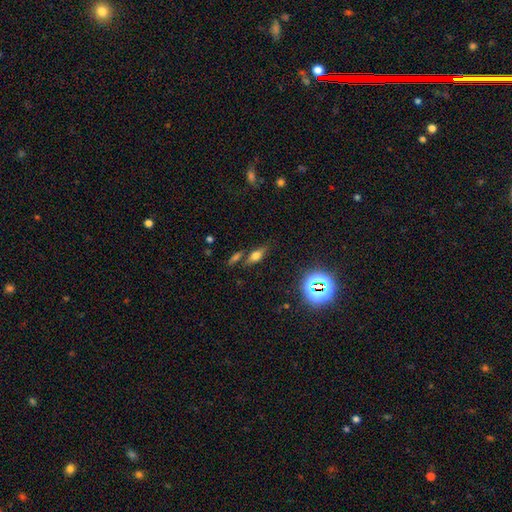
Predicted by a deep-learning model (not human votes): smooth 54%, featured or disk 27%, star or artifact 19%. Down the decision tree: how rounded — in between (65%); merging — none (67%).